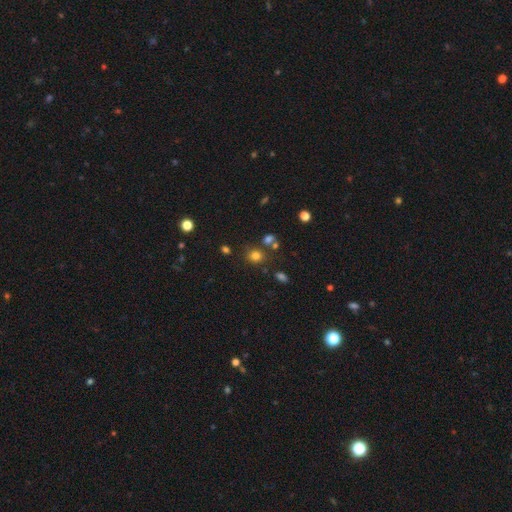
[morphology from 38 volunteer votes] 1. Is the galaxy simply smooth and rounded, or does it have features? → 84% smooth, 11% featured or disk, 5% star or artifact.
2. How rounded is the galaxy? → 88% round, 12% in between, 0% cigar-shaped.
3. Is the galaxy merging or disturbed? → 81% none, 11% minor disturbance, 6% merger, 3% major disturbance.